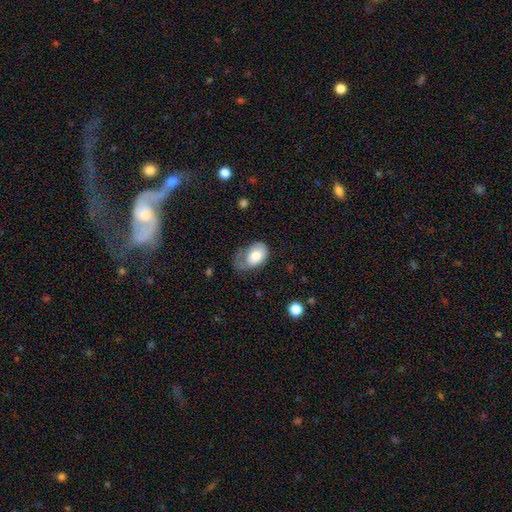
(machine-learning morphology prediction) This is likely a smooth galaxy (73%). How rounded: clearly in between (87%). Merging: marginally minor disturbance (36%).